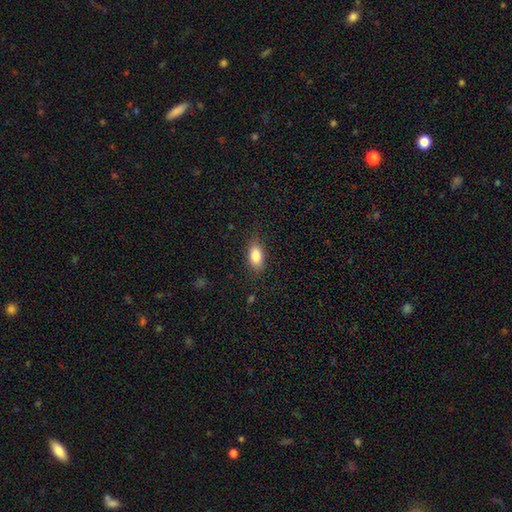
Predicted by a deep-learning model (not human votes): Smooth or featured? Predicted: smooth (p=0.85). How rounded? Predicted: in between (p=0.89). Merging? Predicted: none (p=0.82).